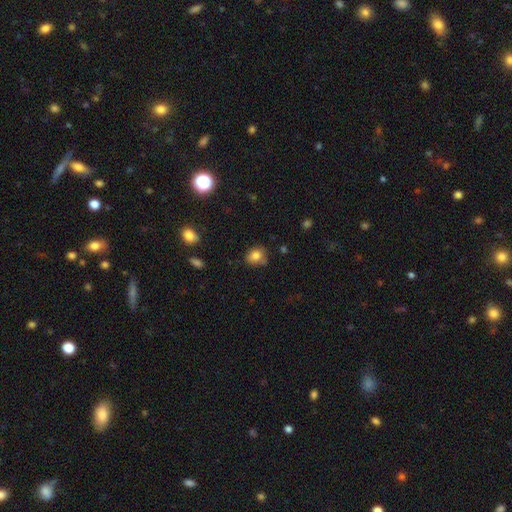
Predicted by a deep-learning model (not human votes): Morphology: type=smooth (80%); roundness=round (63%); merging=none (72%).